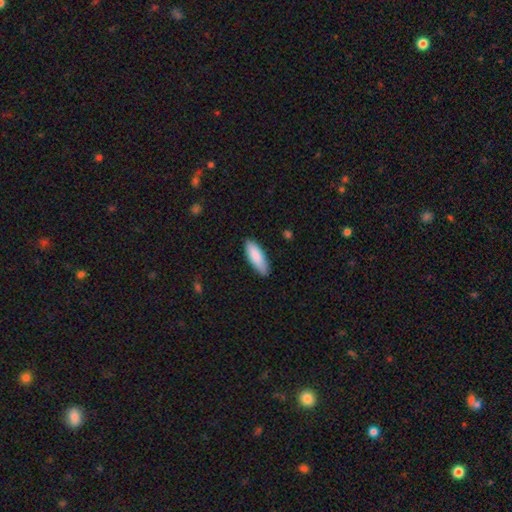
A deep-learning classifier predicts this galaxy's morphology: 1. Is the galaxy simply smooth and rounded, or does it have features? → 88% smooth, 7% featured or disk, 5% star or artifact.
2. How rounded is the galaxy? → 59% in between, 39% cigar-shaped, 1% round.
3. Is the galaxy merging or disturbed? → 85% none, 12% minor disturbance, 2% major disturbance, 1% merger.